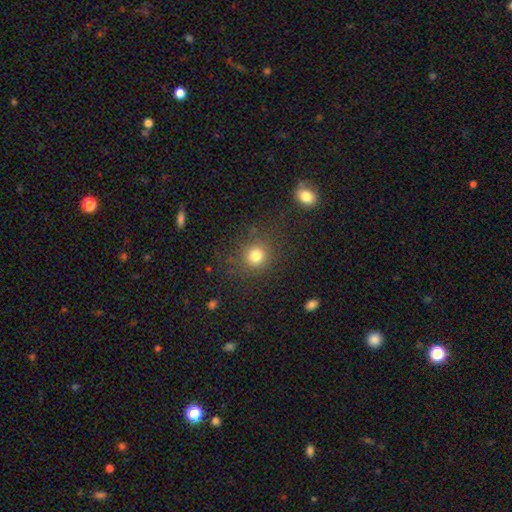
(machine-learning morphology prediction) Smooth or featured?
  - smooth: 79% *
  - star or artifact: 14%
  - featured or disk: 6%
How rounded?
  - round: 90% *
  - in between: 9%
  - cigar-shaped: 1%
Merging?
  - none: 83% *
  - minor disturbance: 9%
  - major disturbance: 5%
  - merger: 2%